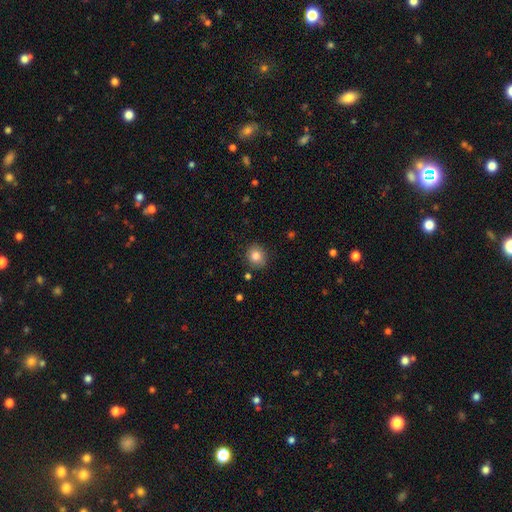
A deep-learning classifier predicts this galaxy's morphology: type=smooth (82%); roundness=round (76%); merging=none (86%).